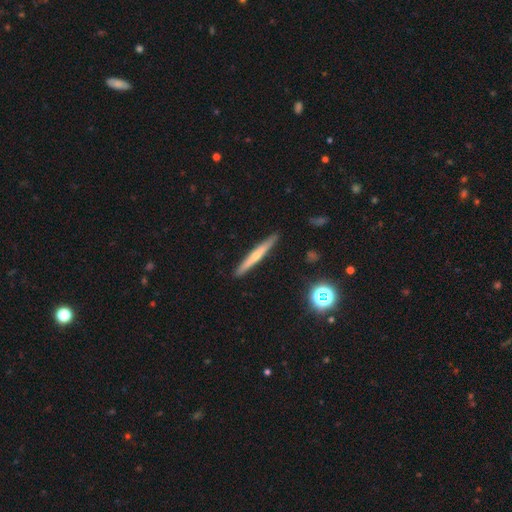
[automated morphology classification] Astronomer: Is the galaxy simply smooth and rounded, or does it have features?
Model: featured or disk — 51% (runner-up: smooth, 42%).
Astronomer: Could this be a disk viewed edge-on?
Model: yes — 96%.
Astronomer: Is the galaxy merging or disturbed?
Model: none — 91%.